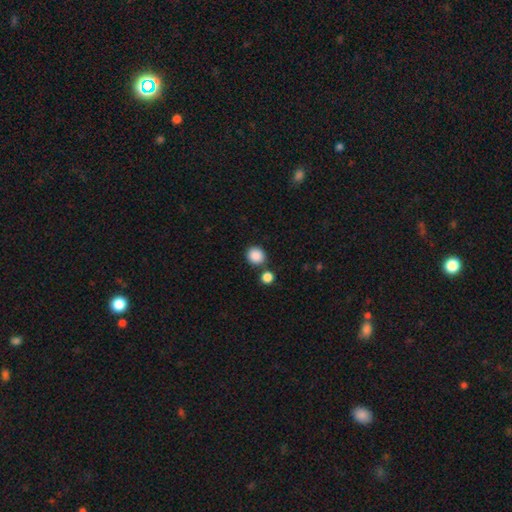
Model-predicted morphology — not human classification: A smooth galaxy with no disk features (88%) that is round (85%).

Vote fractions:
- Smooth or featured? smooth: 88% / star or artifact: 9% / featured or disk: 3%
- How rounded? round: 85% / in between: 14% / cigar-shaped: 1%
- Merging? none: 77% / merger: 12% / minor disturbance: 8% / major disturbance: 3%